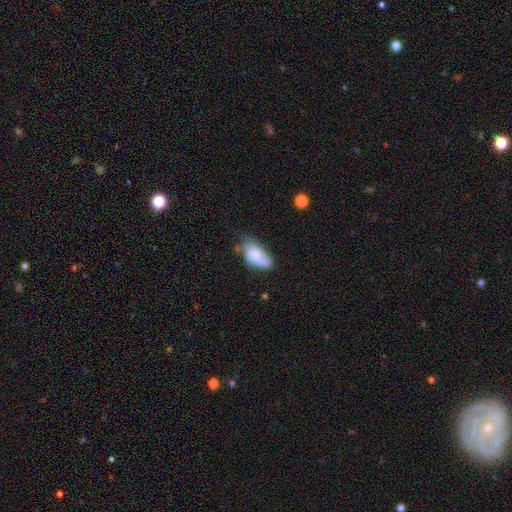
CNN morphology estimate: This is likely a smooth galaxy (71%). How rounded: clearly in between (92%). Merging: marginally none (39%).